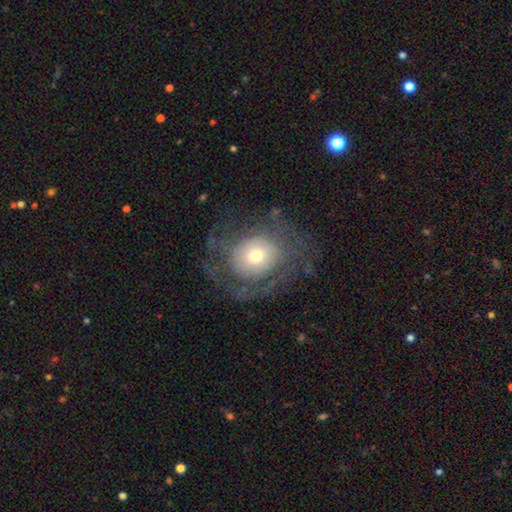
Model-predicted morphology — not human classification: smooth-or-featured: featured or disk: 64% | smooth: 28% | star or artifact: 8%
  disk-edge-on: no: 96% | yes: 4%
    bar: no: 78% | weak: 18% | strong: 5%
    has-spiral-arms: yes: 70% | no: 30%
    bulge-size: moderate: 52% | small: 34% | large: 11% | dominant: 2% | none: 1%
  merging: none: 61% | major disturbance: 20% | minor disturbance: 17% | merger: 1%